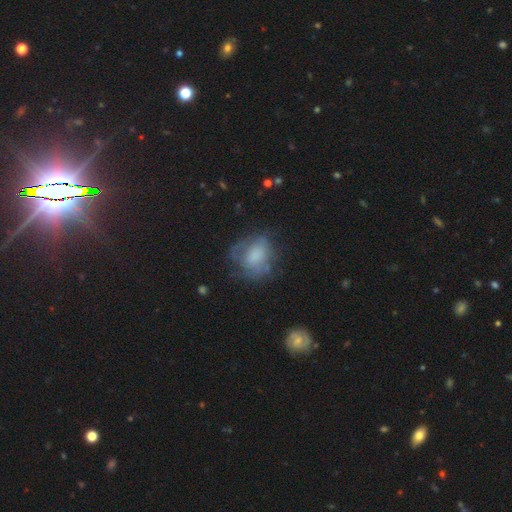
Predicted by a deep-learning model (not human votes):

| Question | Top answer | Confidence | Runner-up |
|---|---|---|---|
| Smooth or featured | smooth | 51% | featured or disk (39%) |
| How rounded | round | 50% | in between (49%) |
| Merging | none | 47% | minor disturbance (26%) |